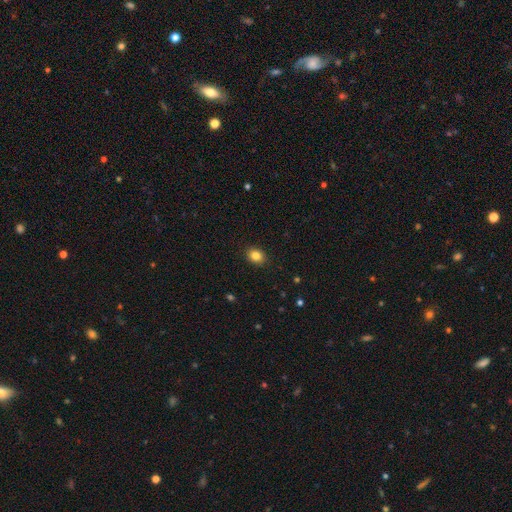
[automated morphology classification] smooth-or-featured: smooth: 84% | star or artifact: 10% | featured or disk: 6%
  how-rounded: round: 54% | in between: 46% | cigar-shaped: 1%
  merging: none: 90% | minor disturbance: 7% | major disturbance: 2% | merger: 1%